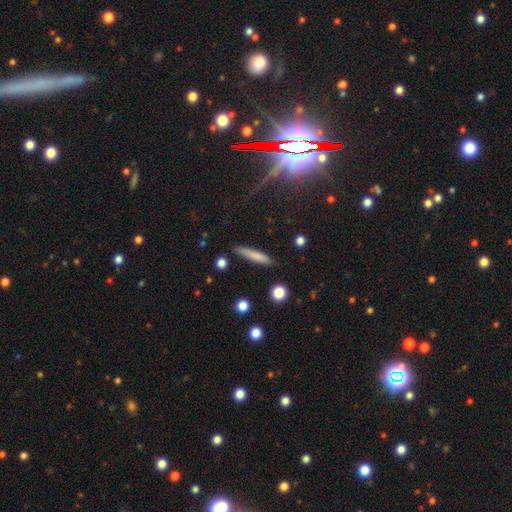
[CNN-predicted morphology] smooth 75%, featured or disk 18%, star or artifact 7%. Down the decision tree: how rounded — cigar-shaped (90%); merging — none (83%).